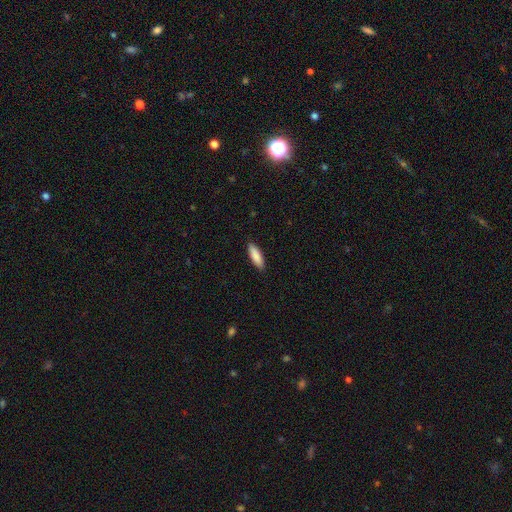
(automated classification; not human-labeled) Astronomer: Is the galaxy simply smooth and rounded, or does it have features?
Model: smooth — 88%.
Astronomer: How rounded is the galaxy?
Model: in between — 51% (runner-up: cigar-shaped, 48%).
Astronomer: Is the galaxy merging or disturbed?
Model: none — 90%.